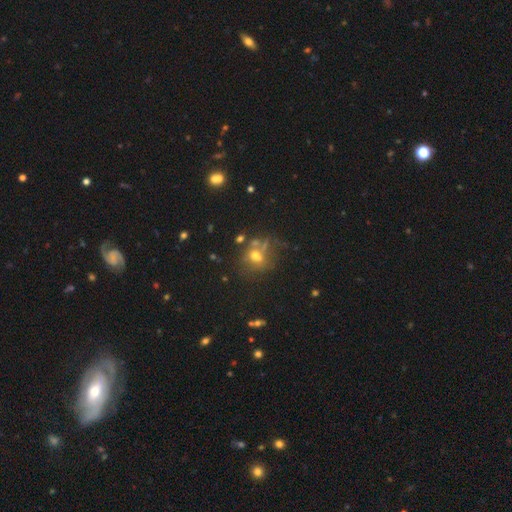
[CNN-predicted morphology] type=smooth (52%); roundness=round (58%); merging=none (45%).